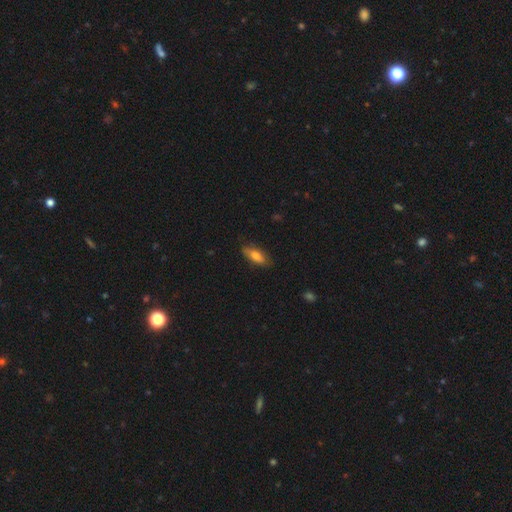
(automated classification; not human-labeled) smooth-or-featured: smooth: 74% | featured or disk: 19% | star or artifact: 7%
  how-rounded: in between: 73% | cigar-shaped: 25% | round: 2%
  merging: none: 80% | minor disturbance: 16% | major disturbance: 3% | merger: 1%